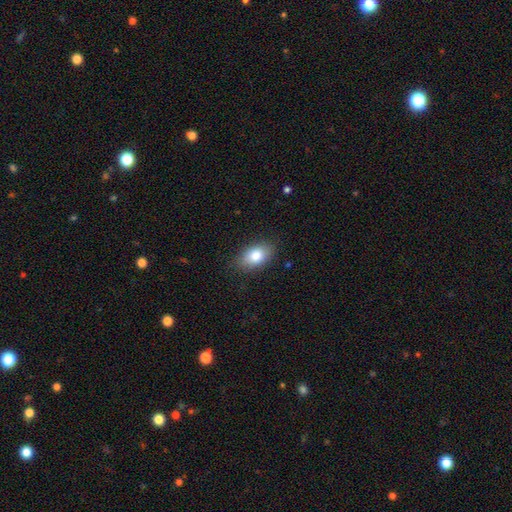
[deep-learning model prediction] Smooth or featured? smooth (82%)
How rounded? in between (89%)
Merging? none (84%)